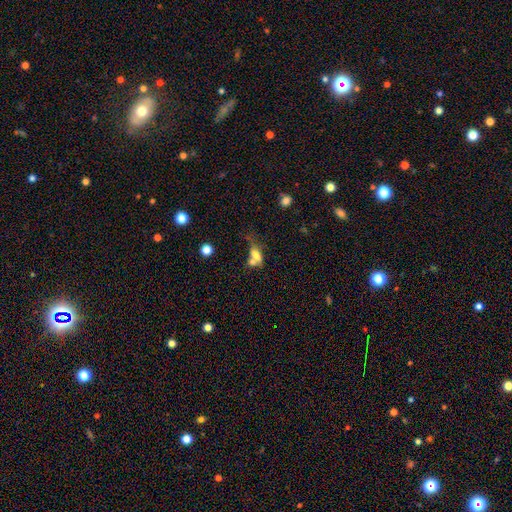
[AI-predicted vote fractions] Overall: smooth (64%; featured or disk 24%). How rounded: in between (73%). Merging: merger (50%; none 21%).